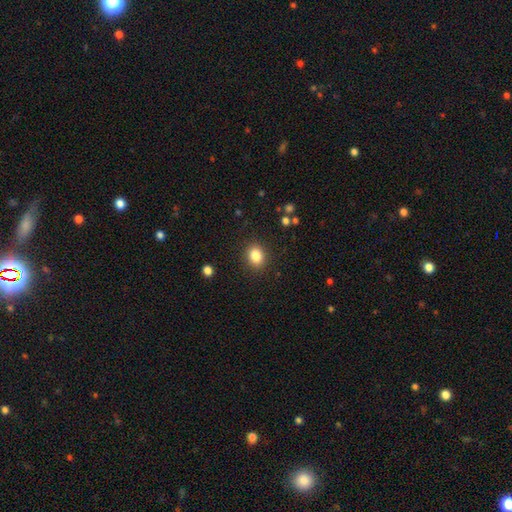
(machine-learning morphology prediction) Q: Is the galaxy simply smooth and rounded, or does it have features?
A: smooth — 85%.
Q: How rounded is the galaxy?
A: in between — 51%.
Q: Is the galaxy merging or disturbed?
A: none — 88%.